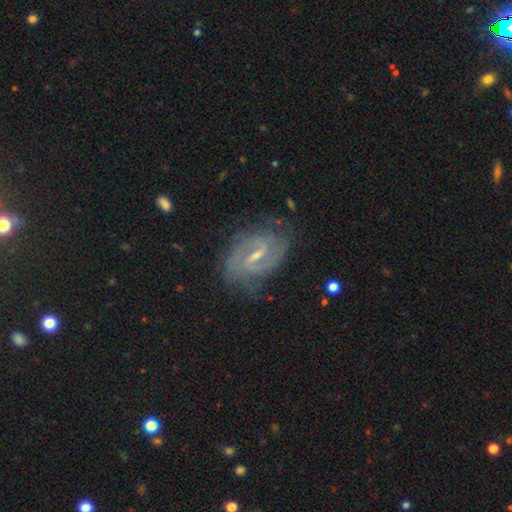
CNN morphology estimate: Q: Smooth or featured?
A: featured or disk (87%); runner-up: smooth (7%)
Q: Edge-on disk?
A: no (96%); runner-up: yes (4%)
Q: Bar?
A: weak (52%); runner-up: strong (37%)
Q: Spiral arms?
A: yes (96%); runner-up: no (4%)
Q: Spiral winding?
A: medium (46%); runner-up: tight (41%)
Q: Spiral arm count?
A: 2 (76%); runner-up: can't tell (10%)
Q: Bulge size?
A: small (59%); runner-up: moderate (34%)
Q: Merging?
A: none (76%); runner-up: minor disturbance (17%)